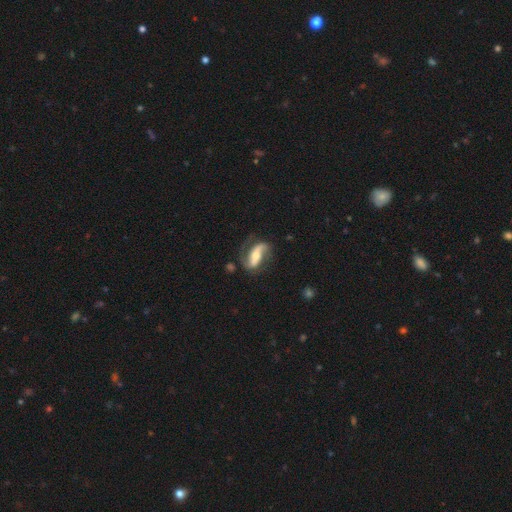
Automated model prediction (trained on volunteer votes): This appears to be a featured or disk galaxy (82%) with a strong bar (51%), 2 (85%) medium (42%) spiral arms (94%) and a moderate central bulge (55%). Merging: none (64%).